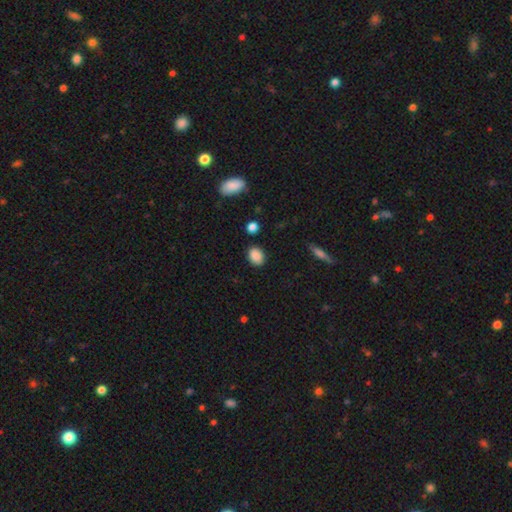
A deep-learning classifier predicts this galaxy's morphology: smooth-or-featured: smooth: 87% | star or artifact: 9% | featured or disk: 5%
  how-rounded: in between: 62% | round: 37% | cigar-shaped: 1%
  merging: none: 86% | minor disturbance: 9% | major disturbance: 2% | merger: 2%